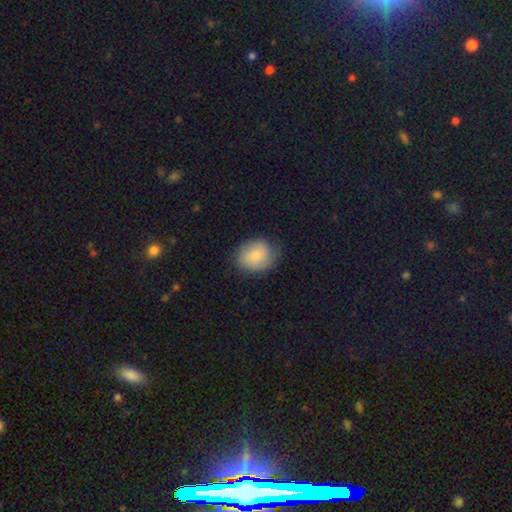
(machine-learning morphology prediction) smooth-or-featured: smooth: 73% | featured or disk: 20% | star or artifact: 7%
  how-rounded: round: 62% | in between: 37% | cigar-shaped: 1%
  merging: none: 71% | minor disturbance: 22% | major disturbance: 6% | merger: 1%